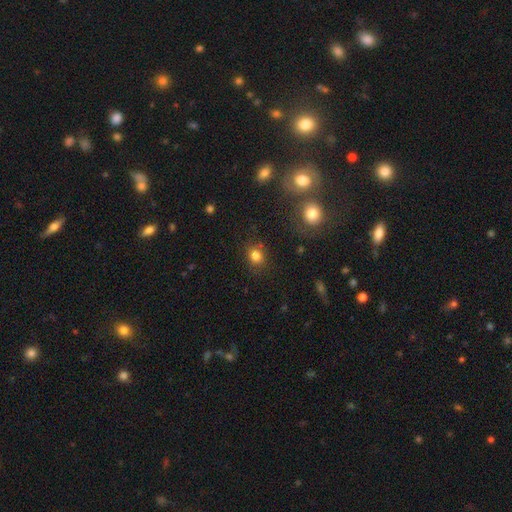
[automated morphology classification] Smooth or featured: smooth — 81% (star or artifact — 13%)
How rounded: round — 66% (in between — 33%)
Merging: none — 78% (minor disturbance — 14%)